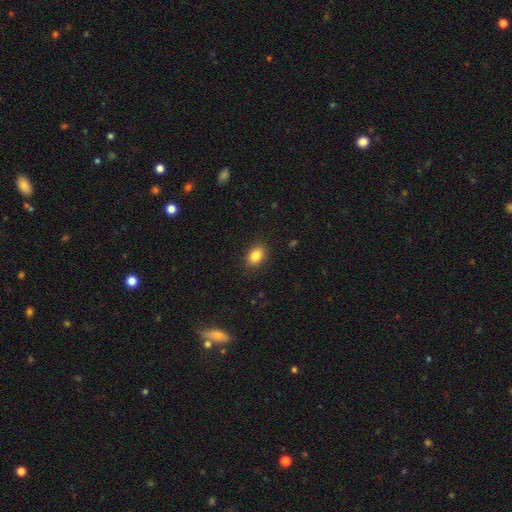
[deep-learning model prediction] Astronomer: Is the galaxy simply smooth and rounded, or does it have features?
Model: smooth — 86%.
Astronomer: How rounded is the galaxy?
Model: in between — 77%.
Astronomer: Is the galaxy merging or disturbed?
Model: none — 88%.